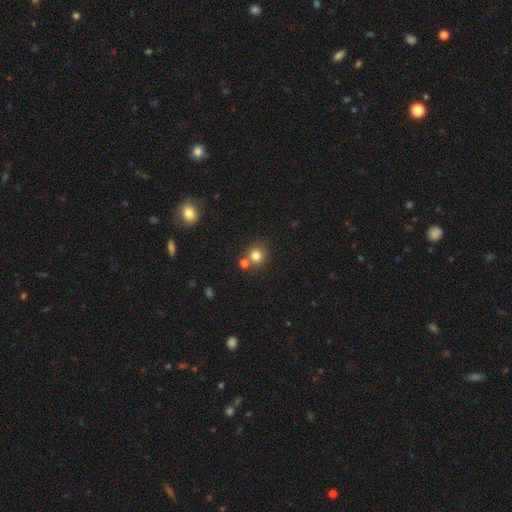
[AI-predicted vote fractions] This is likely a smooth galaxy (79%). How rounded: clearly round (88%). Merging: likely none (66%).